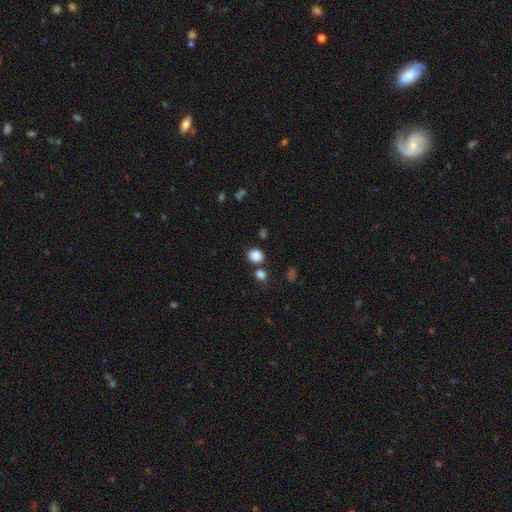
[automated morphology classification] This appears to be a smooth galaxy with no disk features (84%) that is round (75%). Merging: none (78%).